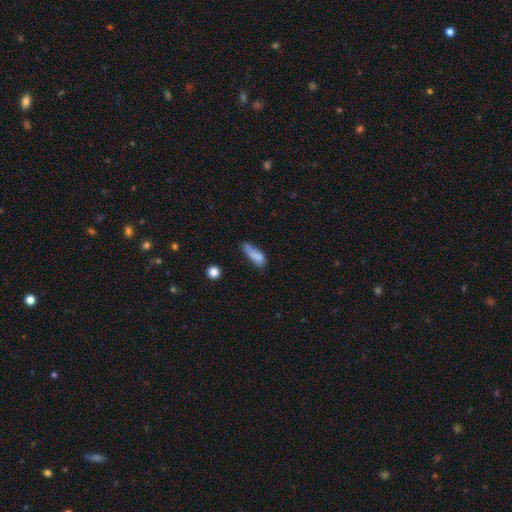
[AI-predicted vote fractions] Smooth or featured? Predicted: smooth (p=0.77). How rounded? Predicted: in between (p=0.61). Merging? Predicted: none (p=0.40).